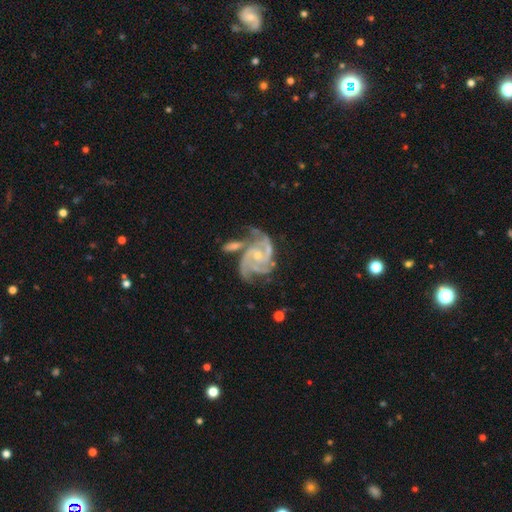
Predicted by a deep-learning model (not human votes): Smooth or featured? Predicted: featured or disk (p=0.92). Edge-on disk? Predicted: no (p=0.98). Bar? Predicted: no (p=0.63). Spiral arms? Predicted: yes (p=0.98). Spiral winding? Predicted: tight (p=0.47). Spiral arm count? Predicted: 3 (p=0.48). Bulge size? Predicted: small (p=0.63). Merging? Predicted: none (p=0.45).